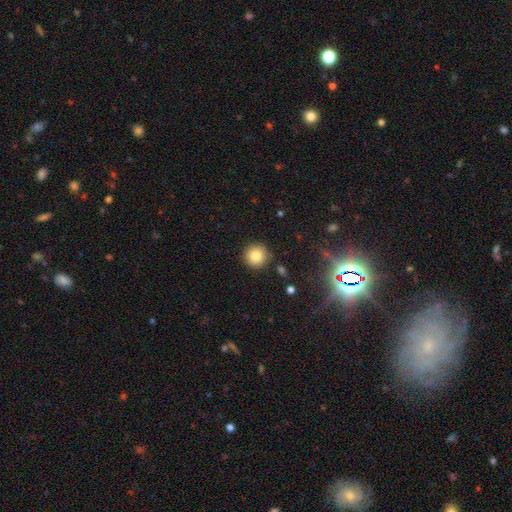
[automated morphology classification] smooth-or-featured: smooth: 82% | star or artifact: 11% | featured or disk: 8%
  how-rounded: round: 95% | in between: 4% | cigar-shaped: 1%
  merging: none: 89% | minor disturbance: 7% | merger: 2% | major disturbance: 2%